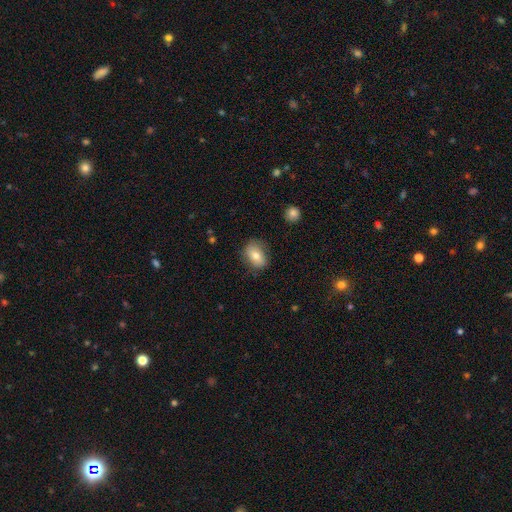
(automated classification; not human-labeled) This is likely a smooth galaxy (75%). How rounded: likely in between (78%). Merging: likely none (77%).